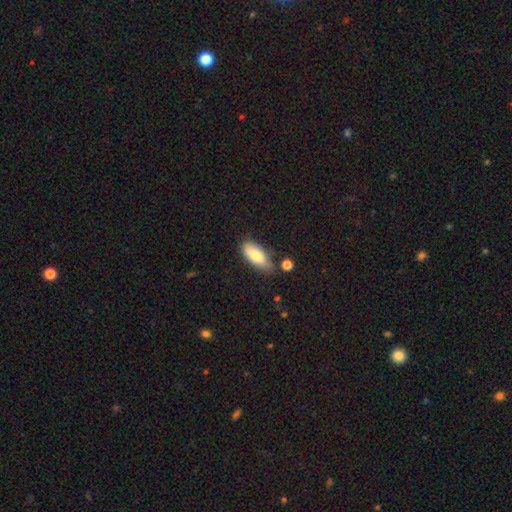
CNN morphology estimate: Smooth or featured? smooth (79%)
How rounded? in between (81%)
Merging? none (67%)